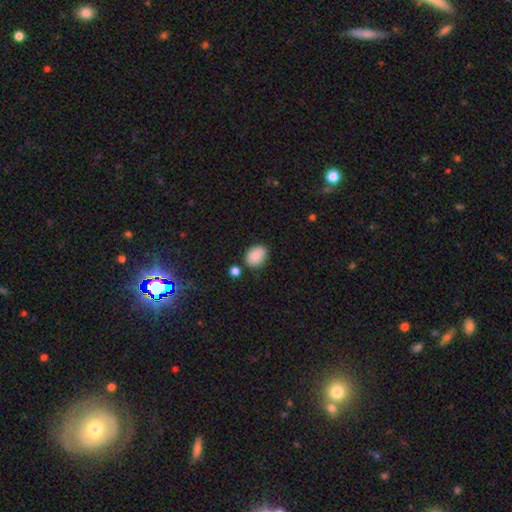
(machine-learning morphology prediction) Smooth or featured: smooth — 87% (star or artifact — 8%)
How rounded: in between — 75% (round — 24%)
Merging: none — 76% (minor disturbance — 15%)